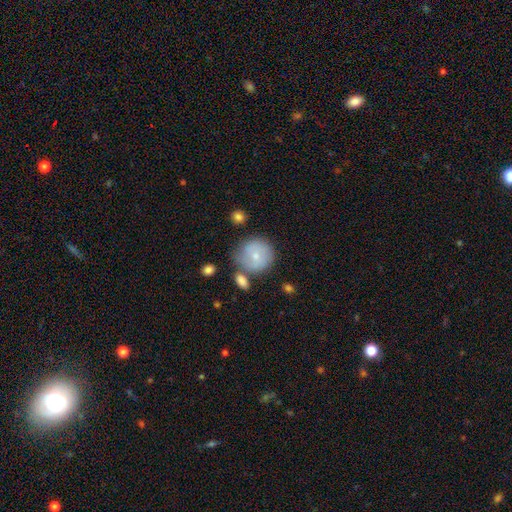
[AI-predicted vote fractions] Overall: smooth (65%; featured or disk 28%). How rounded: round (89%). Merging: none (62%).